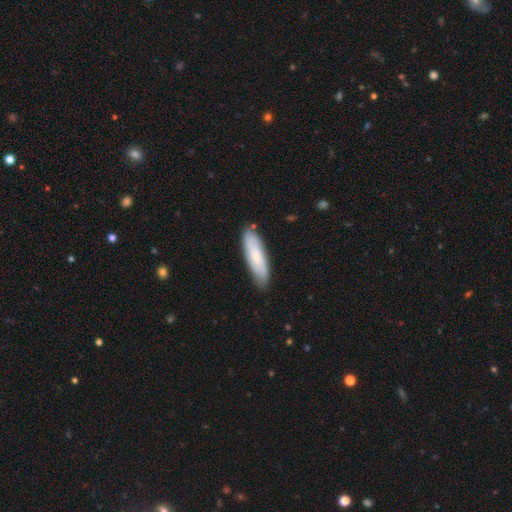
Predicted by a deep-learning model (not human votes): Smooth or featured? smooth (72%)
How rounded? cigar-shaped (61%)
Merging? none (83%)